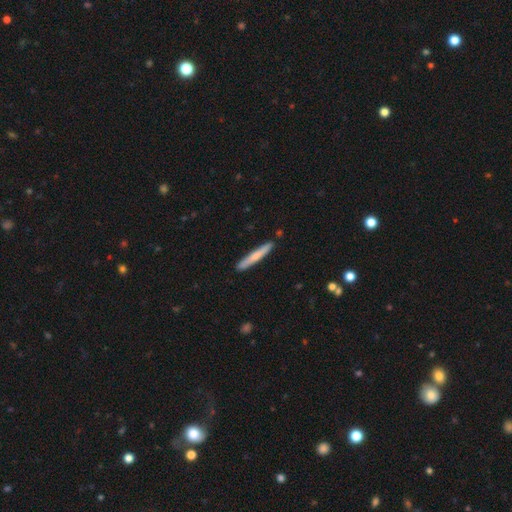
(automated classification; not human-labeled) Morphology: type=smooth (63%); roundness=cigar-shaped (95%); merging=none (88%).